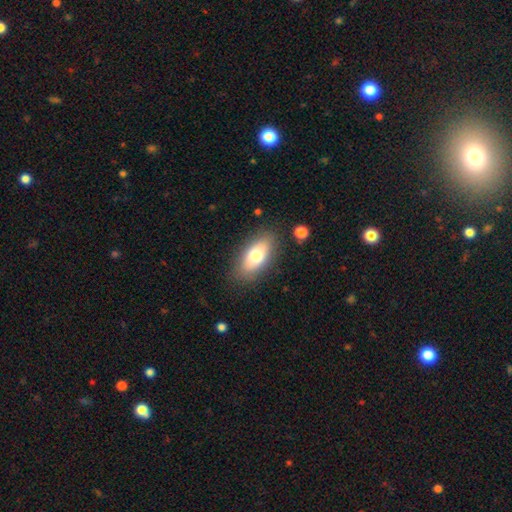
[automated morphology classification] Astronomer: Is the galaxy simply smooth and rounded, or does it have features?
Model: smooth — 70%.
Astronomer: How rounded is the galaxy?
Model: in between — 87%.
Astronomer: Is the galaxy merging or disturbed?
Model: none — 83%.